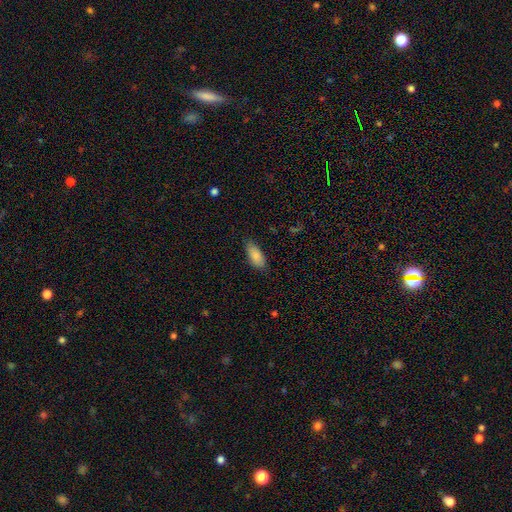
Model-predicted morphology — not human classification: smooth 86%, featured or disk 7%, star or artifact 7%. Down the decision tree: how rounded — in between (85%); merging — none (77%).